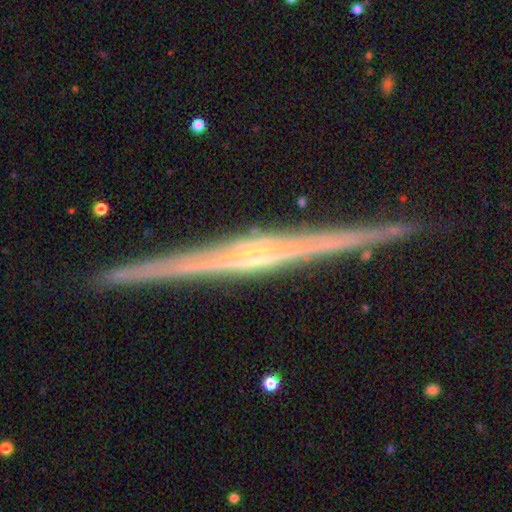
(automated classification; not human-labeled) featured or disk 87%, smooth 6%, star or artifact 6%. Down the decision tree: edge-on disk — yes (98%); edge-on bulge — rounded (48%); merging — none (92%).